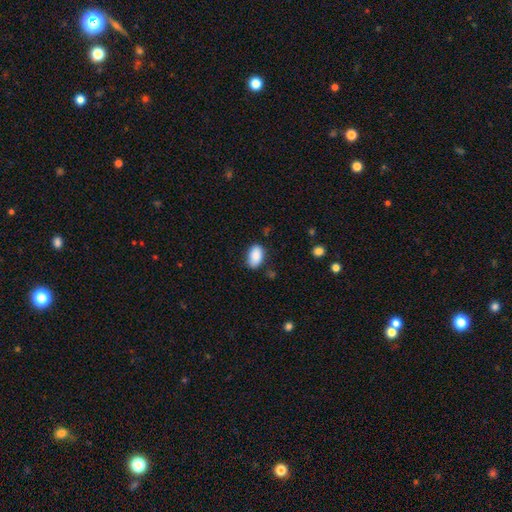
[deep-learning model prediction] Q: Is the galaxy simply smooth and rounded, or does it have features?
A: smooth — 89%.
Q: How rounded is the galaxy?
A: in between — 92%.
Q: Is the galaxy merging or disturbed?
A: none — 80%.